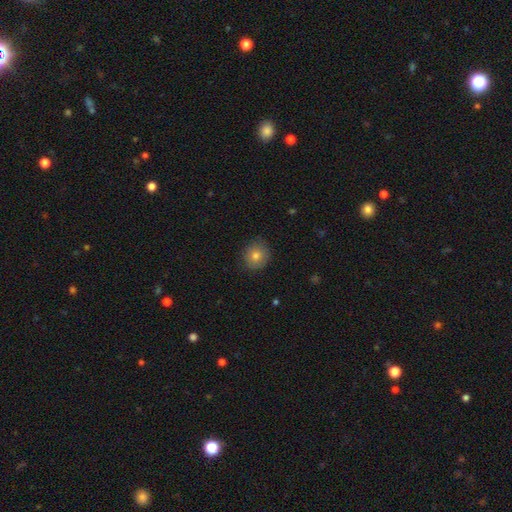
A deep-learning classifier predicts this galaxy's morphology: The model was most divided on "smooth or featured": smooth: 78%, featured or disk: 12%, star or artifact: 10%. More confident: merging — none (85%); how rounded — round (83%).